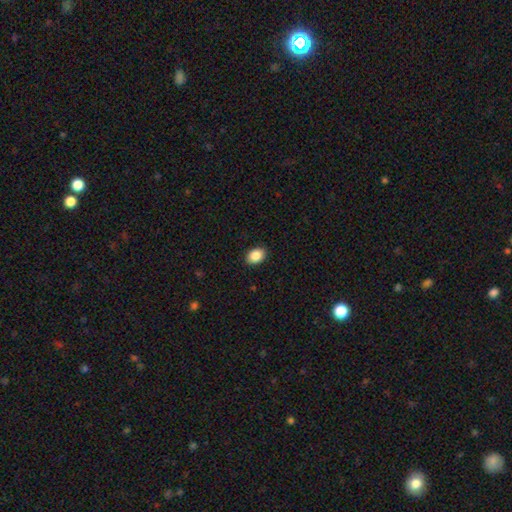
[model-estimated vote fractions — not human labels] smooth_or_featured: smooth (p=0.88) [alt: star or artifact p=0.08]
how_rounded: in between (p=0.74) [alt: round p=0.25]
merging: none (p=0.90) [alt: minor disturbance p=0.07]